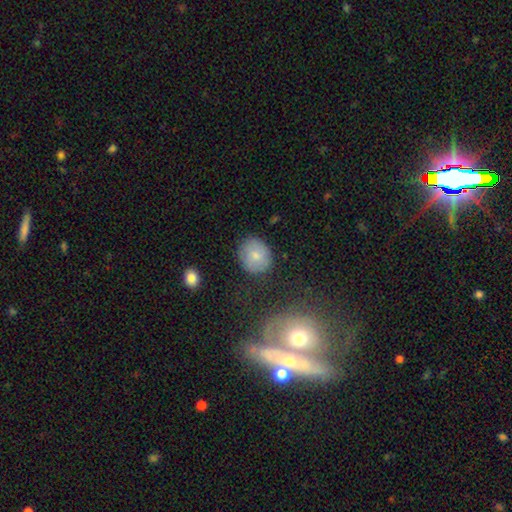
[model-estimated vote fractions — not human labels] smooth 77%, featured or disk 15%, star or artifact 8%. Down the decision tree: how rounded — round (80%); merging — none (83%).